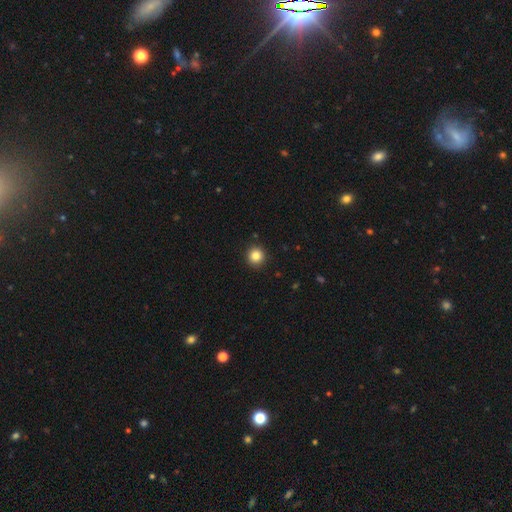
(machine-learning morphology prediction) The model was most divided on "smooth or featured": smooth: 85%, star or artifact: 11%, featured or disk: 5%. More confident: how rounded — round (95%); merging — none (93%).